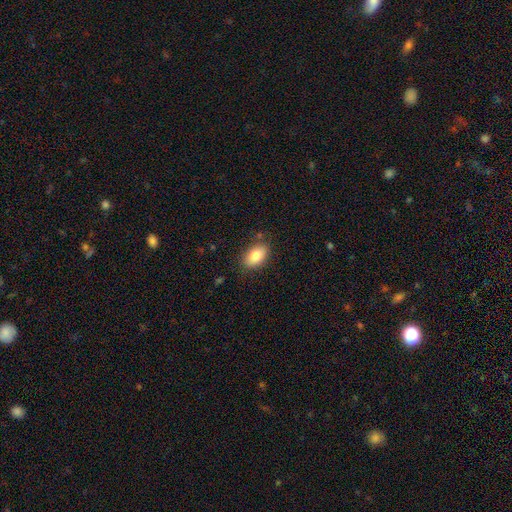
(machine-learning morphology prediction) A smooth galaxy with no disk features (82%) that is in between round and cigar-shaped (90%).

Vote fractions:
- Smooth or featured? smooth: 82% / featured or disk: 10% / star or artifact: 8%
- How rounded? in between: 90% / round: 8% / cigar-shaped: 2%
- Merging? none: 83% / minor disturbance: 13% / major disturbance: 3% / merger: 2%